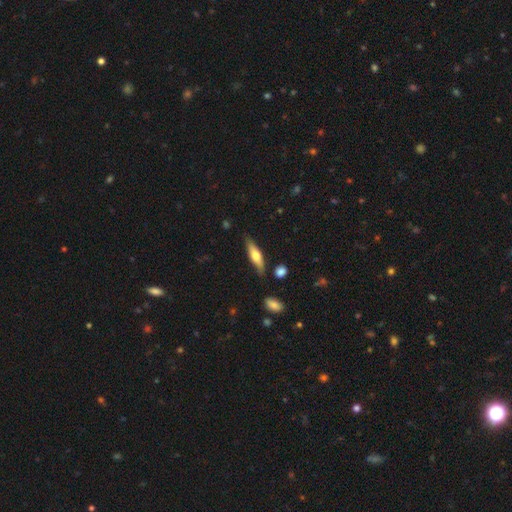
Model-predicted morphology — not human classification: type=smooth (53%); roundness=cigar-shaped (59%); merging=none (77%).